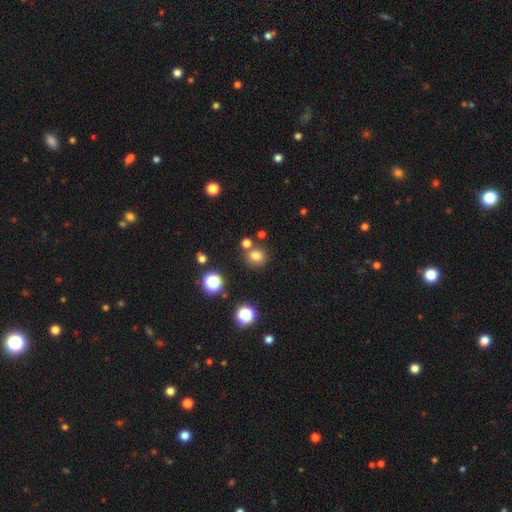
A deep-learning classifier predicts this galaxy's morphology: smooth-or-featured: smooth: 75% | star or artifact: 18% | featured or disk: 7%
  how-rounded: round: 85% | in between: 14% | cigar-shaped: 1%
  merging: none: 76% | merger: 12% | minor disturbance: 9% | major disturbance: 3%